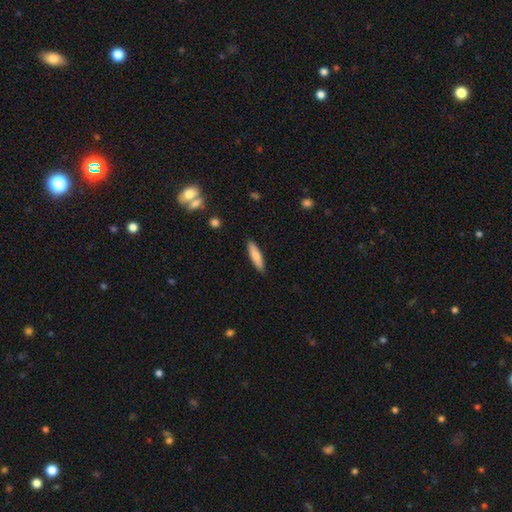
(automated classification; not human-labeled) A smooth galaxy with no disk features (79%) that is cigar-shaped (69%). Merging: none (89%).